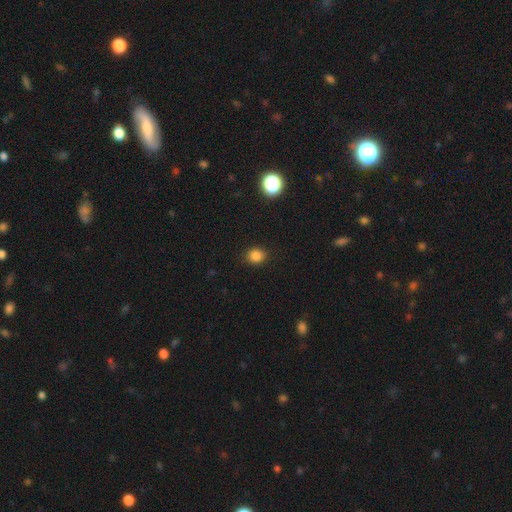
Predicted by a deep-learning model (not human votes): Smooth or featured?
  - smooth: 84% *
  - star or artifact: 13%
  - featured or disk: 4%
How rounded?
  - round: 71% *
  - in between: 28%
  - cigar-shaped: 1%
Merging?
  - none: 89% *
  - minor disturbance: 7%
  - major disturbance: 2%
  - merger: 1%